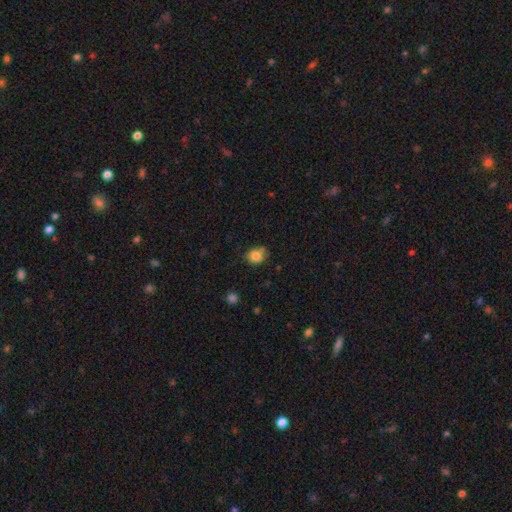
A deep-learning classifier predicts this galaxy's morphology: This appears to be a smooth galaxy with no disk features (82%) that is round (69%). Merging: none (69%).